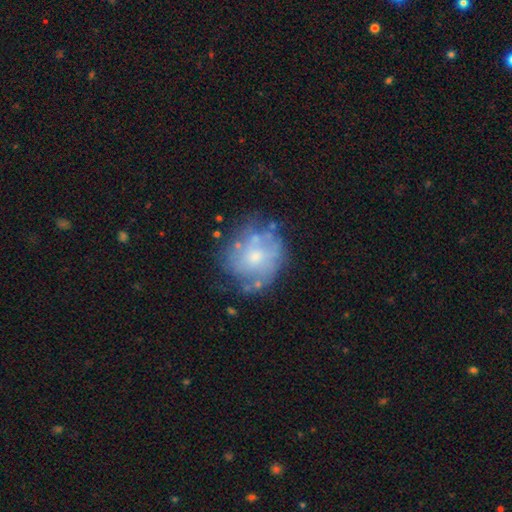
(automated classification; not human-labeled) A featured or disk galaxy (52%) with no bar (83%), no spiral arms (62%) and a small central bulge (50%).

Vote fractions:
- Smooth or featured? featured or disk: 52% / smooth: 39% / star or artifact: 9%
- Edge-on disk? no: 97% / yes: 3%
- Bar? no: 83% / weak: 15% / strong: 3%
- Spiral arms? no: 62% / yes: 38%
- Bulge size? small: 50% / moderate: 41% / none: 5% / large: 3% / dominant: 1%
- Merging? none: 56% / minor disturbance: 23% / major disturbance: 14% / merger: 6%